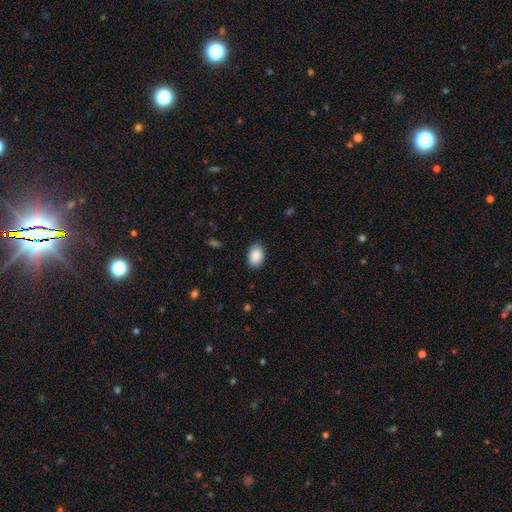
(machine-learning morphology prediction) This is clearly a smooth galaxy (90%). How rounded: clearly in between (87%). Merging: clearly none (86%).